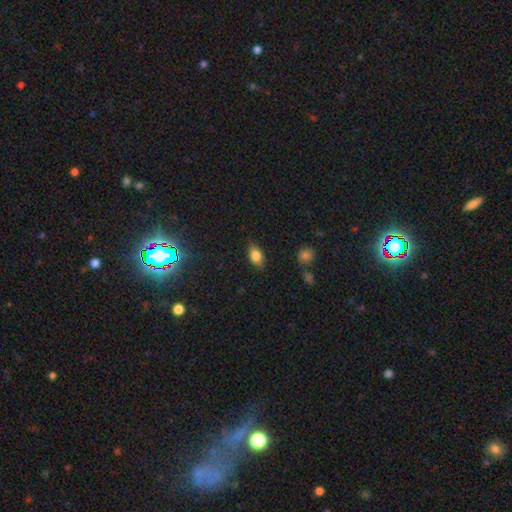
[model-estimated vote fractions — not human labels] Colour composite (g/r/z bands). It shows a smooth galaxy with no disk features (70%) that is in between round and cigar-shaped (81%). Merging: none (79%).